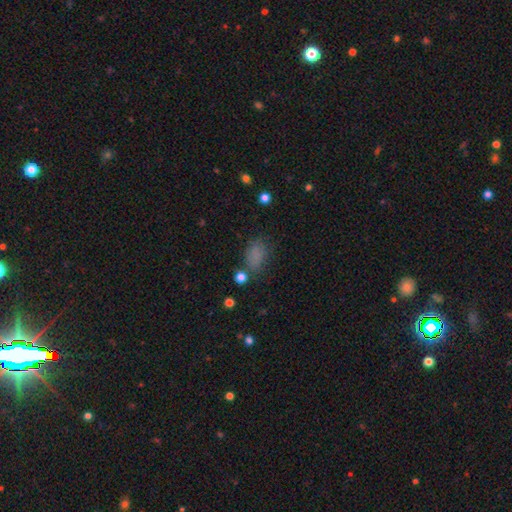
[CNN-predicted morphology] smooth-or-featured: smooth: 77% | star or artifact: 16% | featured or disk: 6%
  how-rounded: in between: 84% | round: 14% | cigar-shaped: 2%
  merging: none: 68% | minor disturbance: 19% | major disturbance: 8% | merger: 5%